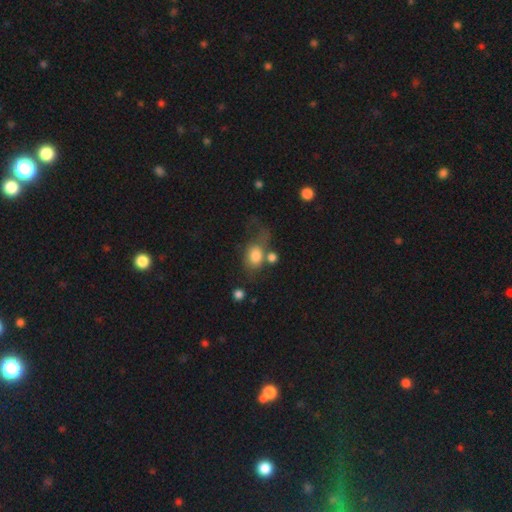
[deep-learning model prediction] Smooth or featured?
  - smooth: 74% *
  - featured or disk: 17%
  - star or artifact: 9%
How rounded?
  - in between: 63% *
  - round: 35%
  - cigar-shaped: 2%
Merging?
  - none: 31% *
  - major disturbance: 27%
  - merger: 22%
  - minor disturbance: 20%